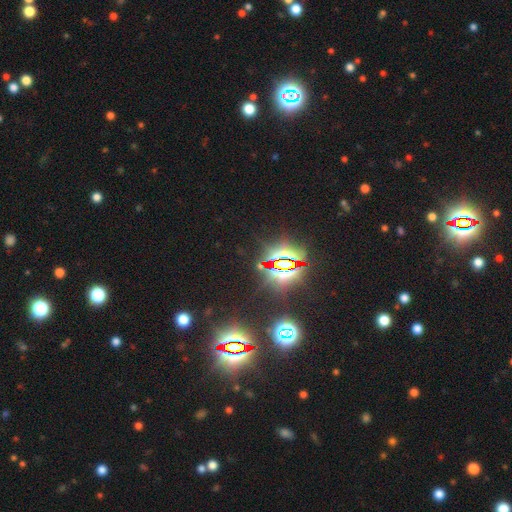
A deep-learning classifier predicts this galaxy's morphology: A star or artifact, not a galaxy (83%).